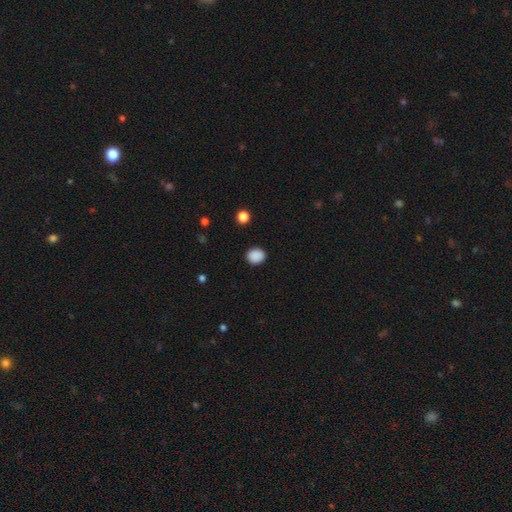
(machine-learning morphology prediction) Q: Smooth or featured?
A: smooth (88%); runner-up: star or artifact (9%)
Q: How rounded?
A: round (63%); runner-up: in between (36%)
Q: Merging?
A: none (89%); runner-up: minor disturbance (7%)